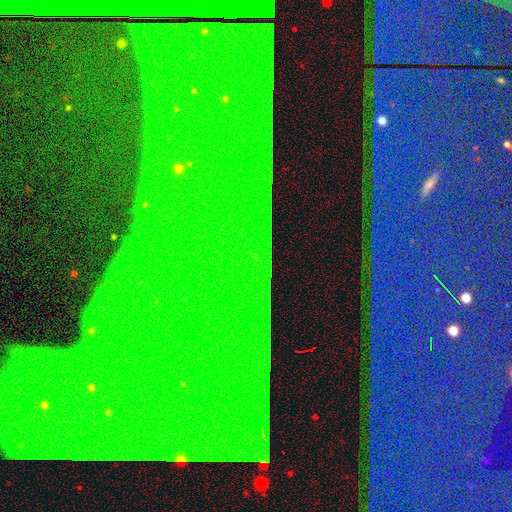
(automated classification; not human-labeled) smooth_or_featured: star or artifact (p=0.84) [alt: featured or disk p=0.09]